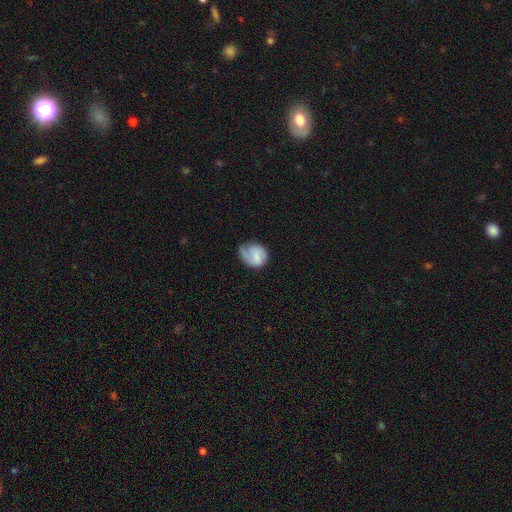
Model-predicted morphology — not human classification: Smooth or featured? Predicted: smooth (p=0.61). How rounded? Predicted: round (p=0.59). Merging? Predicted: none (p=0.39).